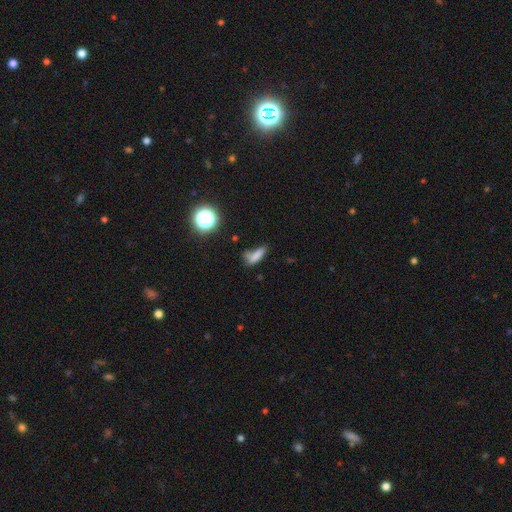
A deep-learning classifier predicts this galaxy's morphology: This appears to be a smooth galaxy with no disk features (73%) that is in between round and cigar-shaped (55%). Merging: none (43%).